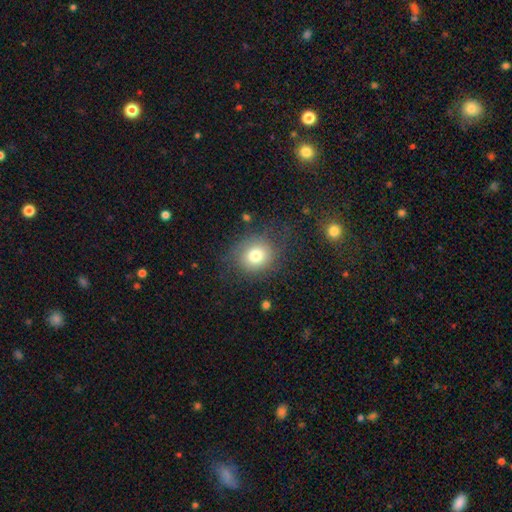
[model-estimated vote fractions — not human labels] Overall: smooth (74%). How rounded: round (77%). Merging: none (72%).